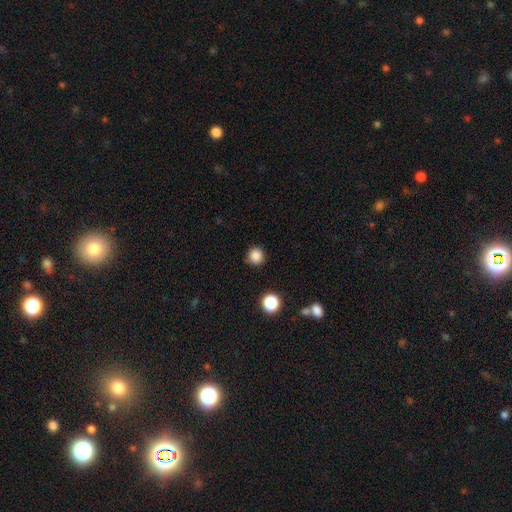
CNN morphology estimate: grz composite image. It shows a smooth galaxy with no disk features (85%) that is round (94%). Merging: none (88%).